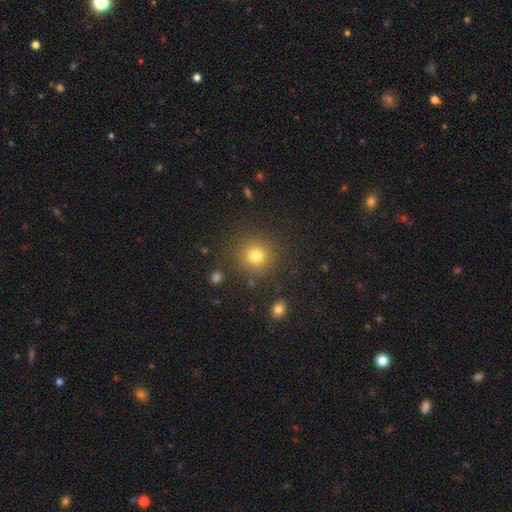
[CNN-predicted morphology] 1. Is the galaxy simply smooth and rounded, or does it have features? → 78% smooth, 15% star or artifact, 7% featured or disk.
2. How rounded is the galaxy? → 92% round, 7% in between, 1% cigar-shaped.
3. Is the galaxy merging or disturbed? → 86% none, 8% minor disturbance, 4% major disturbance, 3% merger.